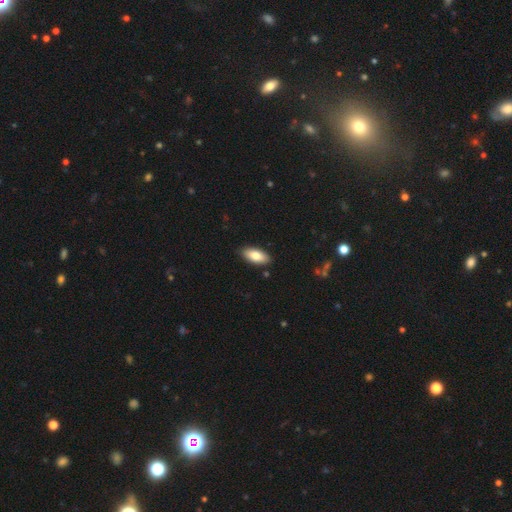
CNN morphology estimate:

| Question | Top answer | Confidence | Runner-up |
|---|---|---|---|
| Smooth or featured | smooth | 81% | featured or disk (13%) |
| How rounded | in between | 89% | cigar-shaped (9%) |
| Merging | none | 88% | minor disturbance (9%) |